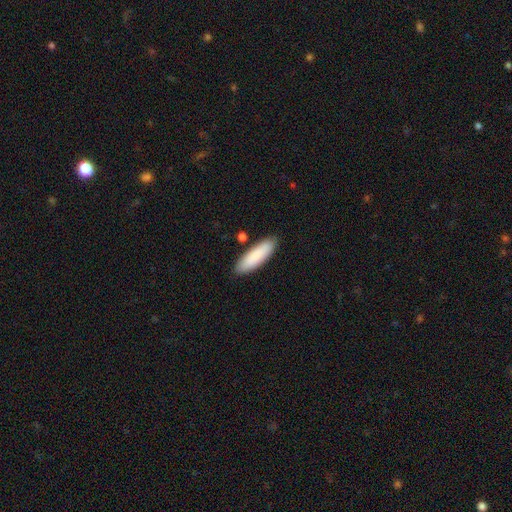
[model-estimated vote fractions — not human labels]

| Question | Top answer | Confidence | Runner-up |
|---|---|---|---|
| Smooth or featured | smooth | 87% | featured or disk (7%) |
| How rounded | cigar-shaped | 50% | in between (49%) |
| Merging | none | 87% | minor disturbance (9%) |